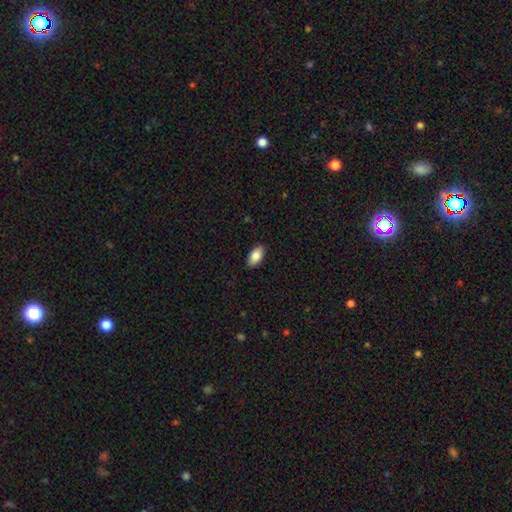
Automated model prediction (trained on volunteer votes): Morphology: type=smooth (86%); roundness=in between (93%); merging=none (87%).